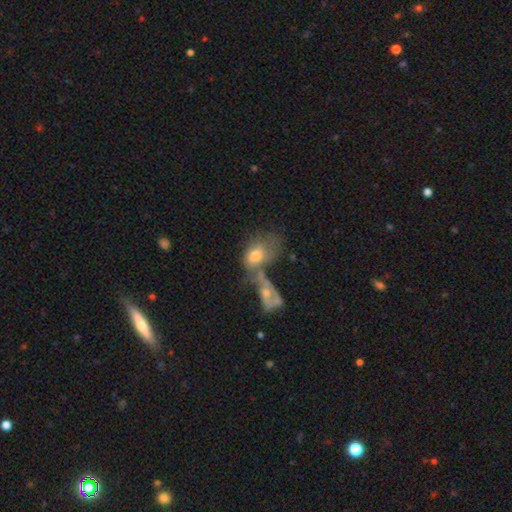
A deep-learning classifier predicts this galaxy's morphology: Q: Smooth or featured?
A: smooth (60%); runner-up: featured or disk (32%)
Q: How rounded?
A: in between (85%); runner-up: round (12%)
Q: Merging?
A: merger (62%); runner-up: major disturbance (16%)